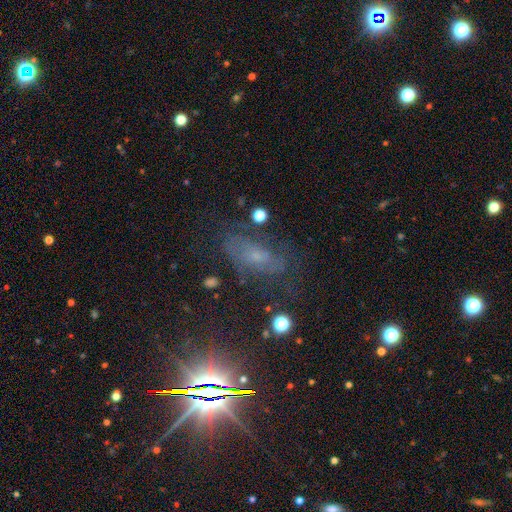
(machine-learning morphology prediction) A featured or disk galaxy (38%).

Vote fractions:
- Smooth or featured? featured or disk: 38% / star or artifact: 31% / smooth: 31%
- Merging? none: 60% / minor disturbance: 22% / major disturbance: 15% / merger: 3%